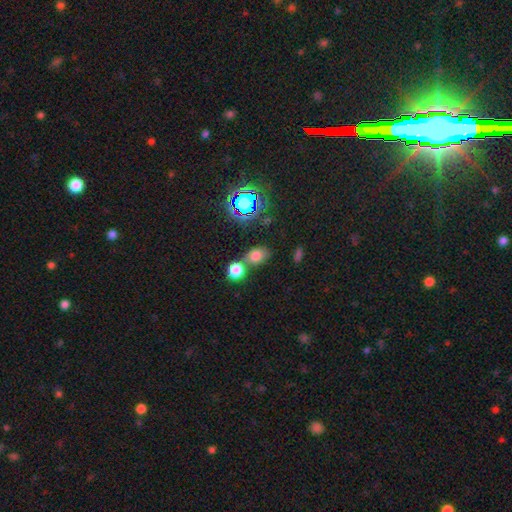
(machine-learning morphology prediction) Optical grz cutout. It shows a smooth galaxy with no disk features (69%) that is in between round and cigar-shaped (65%). Merging: none (52%).